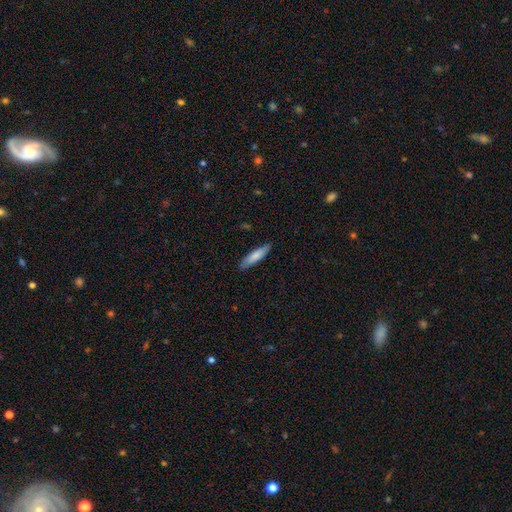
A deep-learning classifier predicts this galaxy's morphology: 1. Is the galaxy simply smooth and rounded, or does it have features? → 77% smooth, 17% featured or disk, 5% star or artifact.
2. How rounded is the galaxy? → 77% cigar-shaped, 22% in between, 1% round.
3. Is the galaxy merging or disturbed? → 84% none, 12% minor disturbance, 2% major disturbance, 1% merger.